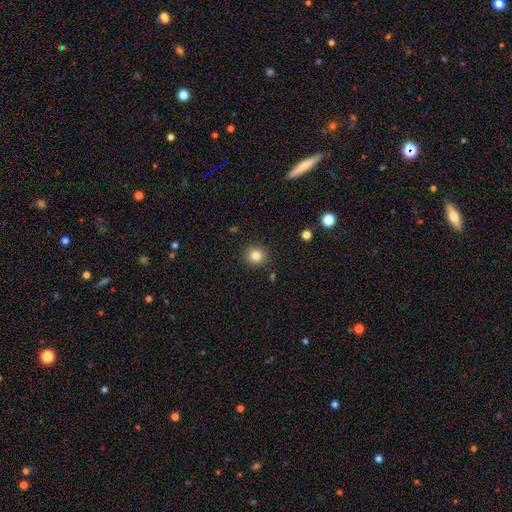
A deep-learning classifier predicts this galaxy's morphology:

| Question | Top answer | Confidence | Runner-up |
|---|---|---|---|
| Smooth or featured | smooth | 82% | star or artifact (11%) |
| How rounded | round | 89% | in between (10%) |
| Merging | none | 89% | minor disturbance (7%) |